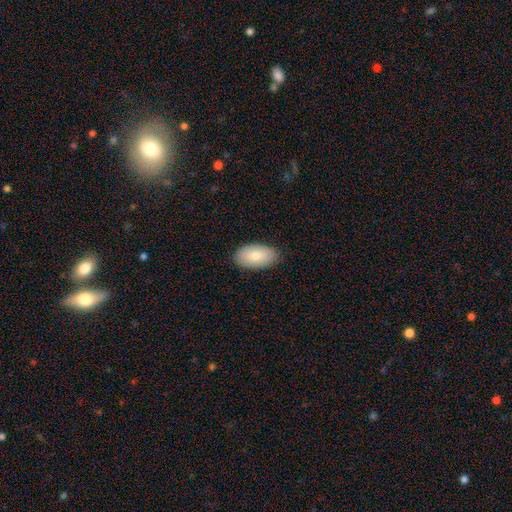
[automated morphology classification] type=smooth (78%); roundness=in between (95%); merging=none (86%).